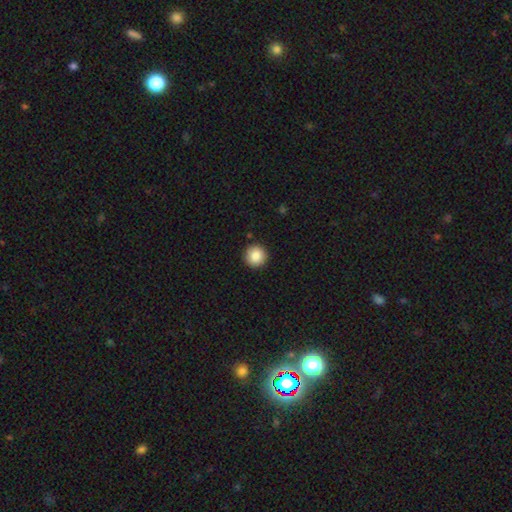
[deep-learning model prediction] Q: Smooth or featured?
A: smooth (86%); runner-up: star or artifact (9%)
Q: How rounded?
A: round (96%); runner-up: in between (3%)
Q: Merging?
A: none (92%); runner-up: minor disturbance (5%)